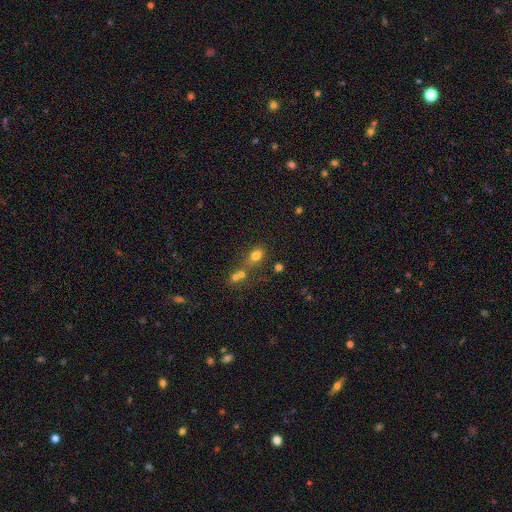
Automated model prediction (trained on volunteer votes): Smooth or featured: smooth — 75% (star or artifact — 14%)
How rounded: in between — 70% (round — 27%)
Merging: none — 49% (merger — 31%)